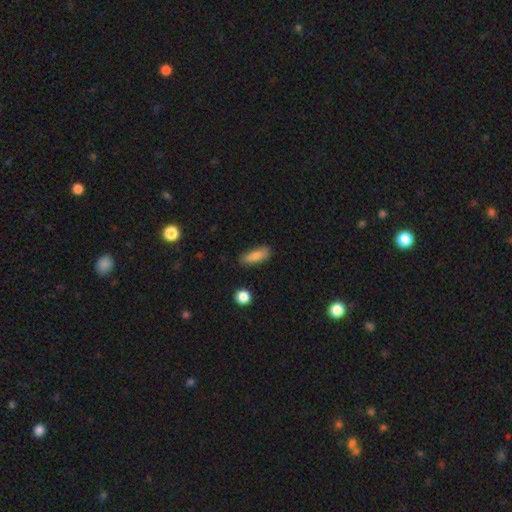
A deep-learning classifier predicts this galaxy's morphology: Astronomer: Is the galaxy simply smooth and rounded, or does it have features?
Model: smooth — 81%.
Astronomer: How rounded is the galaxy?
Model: in between — 58% (runner-up: cigar-shaped, 39%).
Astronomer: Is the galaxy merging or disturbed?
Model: none — 79%.